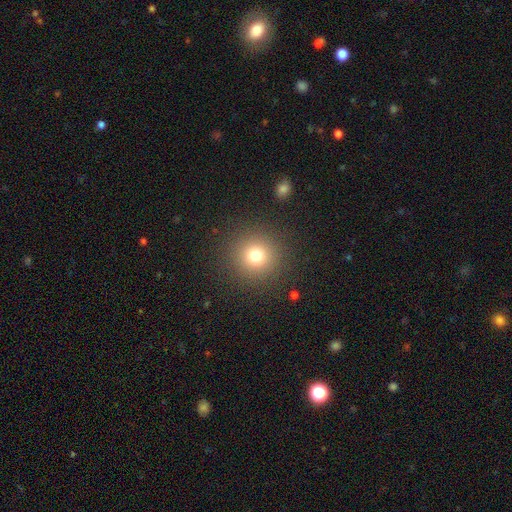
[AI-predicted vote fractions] The model was most divided on "smooth or featured": smooth: 75%, star or artifact: 16%, featured or disk: 9%. More confident: how rounded — round (95%); merging — none (89%).